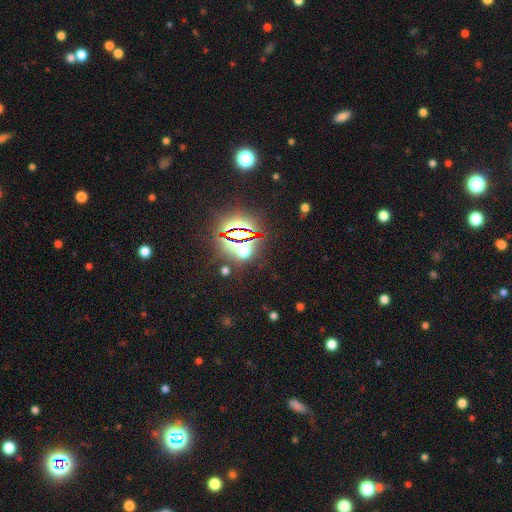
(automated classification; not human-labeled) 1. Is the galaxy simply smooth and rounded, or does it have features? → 83% star or artifact, 10% smooth, 7% featured or disk.